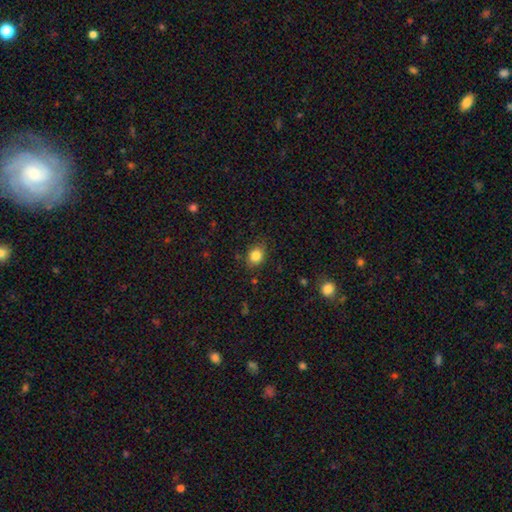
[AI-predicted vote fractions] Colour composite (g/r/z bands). It shows a smooth galaxy with no disk features (83%) that is round (50%). Merging: none (81%).